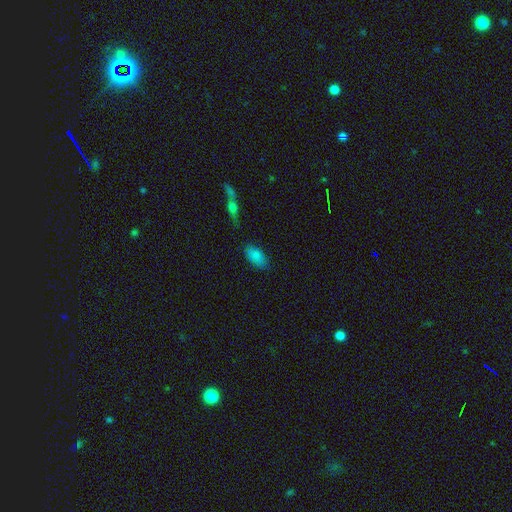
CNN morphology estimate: Smooth or featured?
  - smooth: 84% *
  - star or artifact: 9%
  - featured or disk: 7%
How rounded?
  - in between: 92% *
  - cigar-shaped: 5%
  - round: 3%
Merging?
  - none: 79% *
  - minor disturbance: 14%
  - merger: 4%
  - major disturbance: 4%